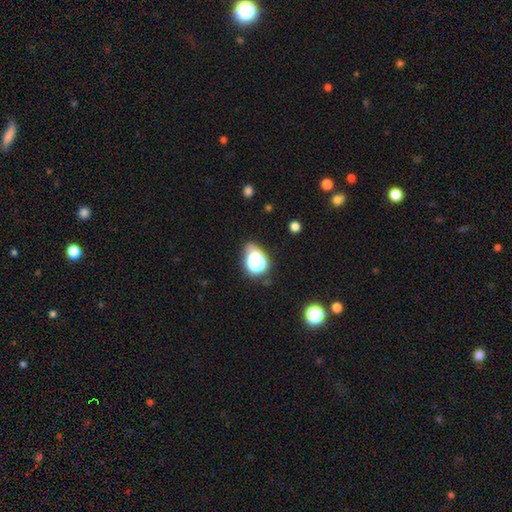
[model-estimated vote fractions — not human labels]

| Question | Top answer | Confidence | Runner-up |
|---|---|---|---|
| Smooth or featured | smooth | 61% | star or artifact (25%) |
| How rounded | in between | 56% | round (42%) |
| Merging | none | 63% | minor disturbance (21%) |